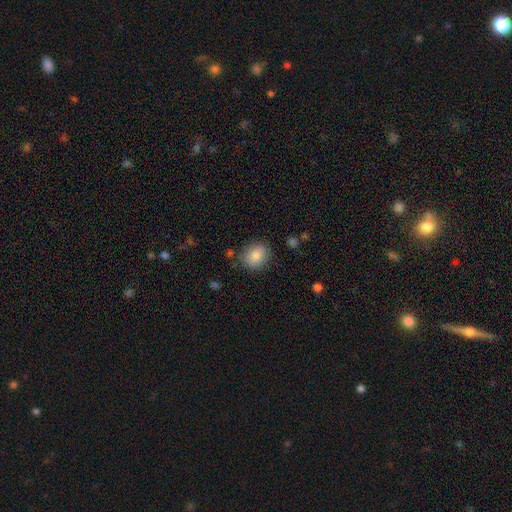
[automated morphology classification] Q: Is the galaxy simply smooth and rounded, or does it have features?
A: smooth — 82%.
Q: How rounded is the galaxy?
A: round — 70%.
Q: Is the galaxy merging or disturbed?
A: none — 83%.